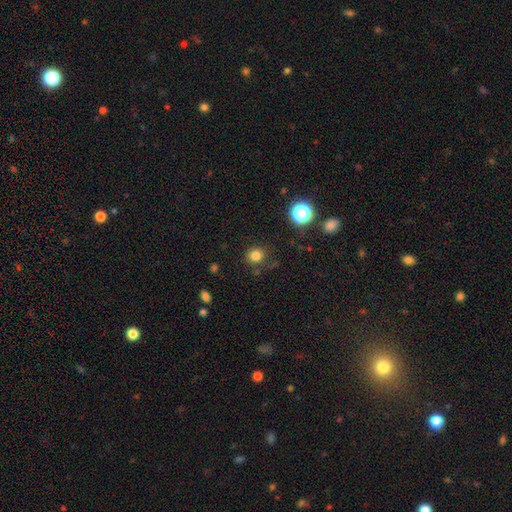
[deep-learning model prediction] smooth_or_featured: smooth (p=0.80) [alt: star or artifact p=0.15]
how_rounded: round (p=0.85) [alt: in between p=0.14]
merging: none (p=0.79) [alt: minor disturbance p=0.13]